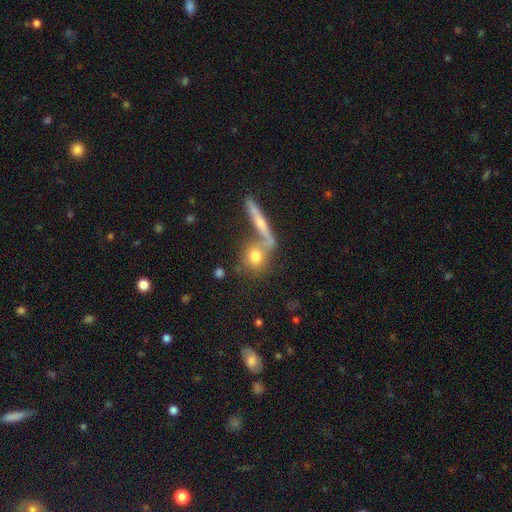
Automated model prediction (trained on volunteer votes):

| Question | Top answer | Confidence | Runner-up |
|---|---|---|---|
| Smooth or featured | smooth | 62% | featured or disk (26%) |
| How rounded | round | 59% | in between (23%) |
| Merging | none | 57% | merger (28%) |